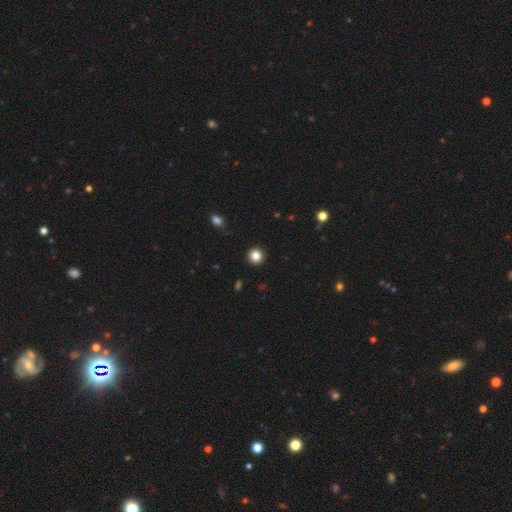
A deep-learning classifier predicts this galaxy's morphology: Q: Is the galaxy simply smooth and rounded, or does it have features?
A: smooth — 84%.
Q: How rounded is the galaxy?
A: round — 95%.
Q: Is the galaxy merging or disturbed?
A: none — 93%.